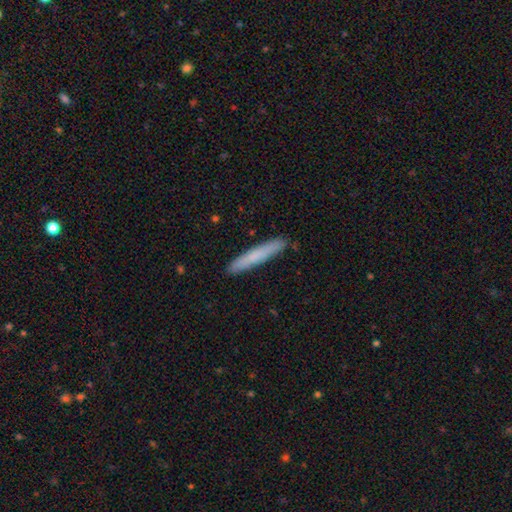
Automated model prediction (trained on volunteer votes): smooth_or_featured: smooth (p=0.74) [alt: featured or disk p=0.20]
how_rounded: cigar-shaped (p=0.95) [alt: in between p=0.04]
merging: none (p=0.90) [alt: minor disturbance p=0.07]